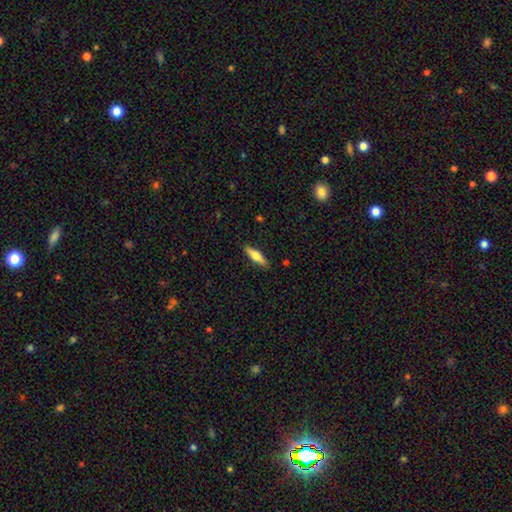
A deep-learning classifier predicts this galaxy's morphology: A smooth galaxy with no disk features (54%) that is cigar-shaped (70%).

Vote fractions:
- Smooth or featured? smooth: 54% / featured or disk: 41% / star or artifact: 6%
- How rounded? cigar-shaped: 70% / in between: 28% / round: 2%
- Merging? none: 88% / minor disturbance: 9% / major disturbance: 2% / merger: 1%